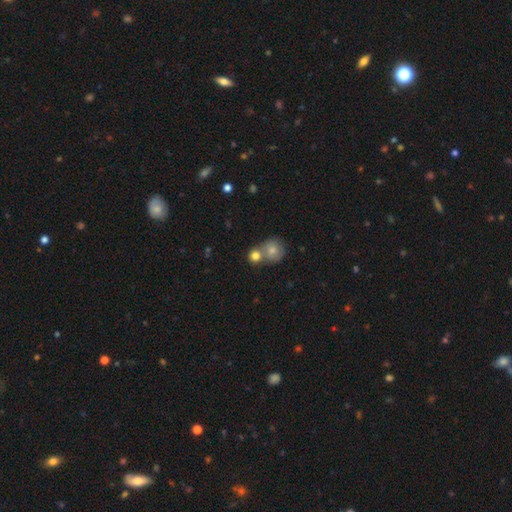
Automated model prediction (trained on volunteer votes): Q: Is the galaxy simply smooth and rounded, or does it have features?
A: smooth — 79%.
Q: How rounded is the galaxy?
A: round — 85%.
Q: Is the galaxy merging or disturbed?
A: merger — 48%.